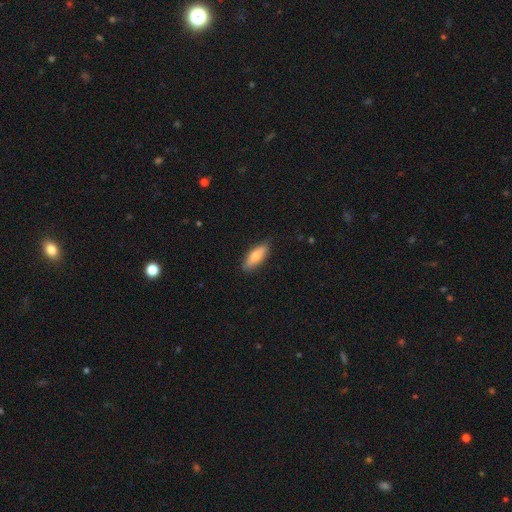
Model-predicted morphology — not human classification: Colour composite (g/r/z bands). It shows a smooth galaxy with no disk features (73%) that is in between round and cigar-shaped (57%). Merging: none (86%).